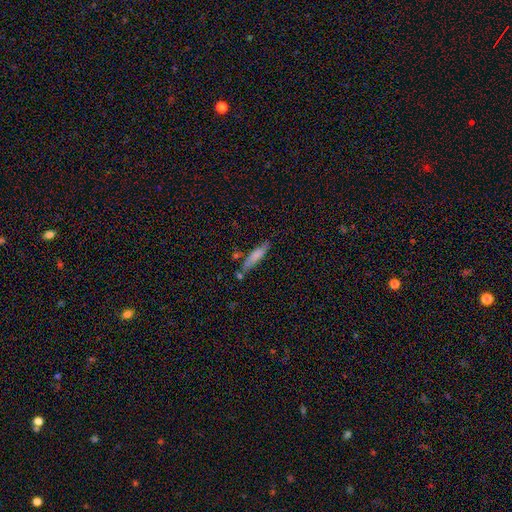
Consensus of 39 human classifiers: This is likely a smooth galaxy (77%). How rounded: clearly cigar-shaped (83%). Merging: possibly none (57%).